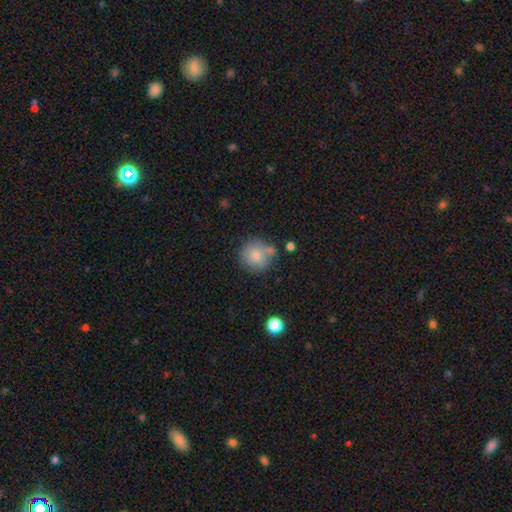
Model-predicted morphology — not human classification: Smooth or featured? Predicted: smooth (p=0.80). How rounded? Predicted: round (p=0.89). Merging? Predicted: none (p=0.65).